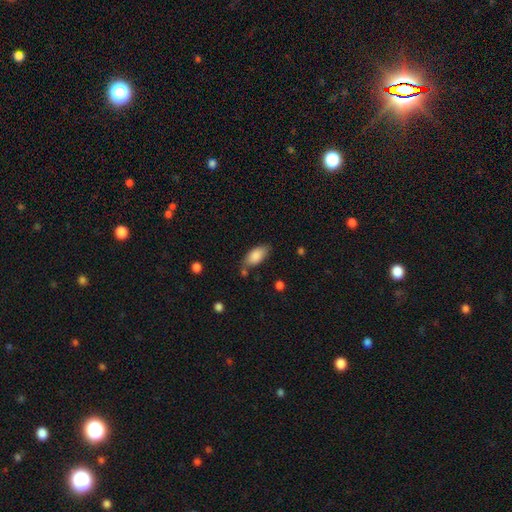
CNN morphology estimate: smooth-or-featured: smooth: 86% | featured or disk: 8% | star or artifact: 6%
  how-rounded: in between: 89% | cigar-shaped: 9% | round: 2%
  merging: none: 69% | minor disturbance: 20% | merger: 7% | major disturbance: 5%